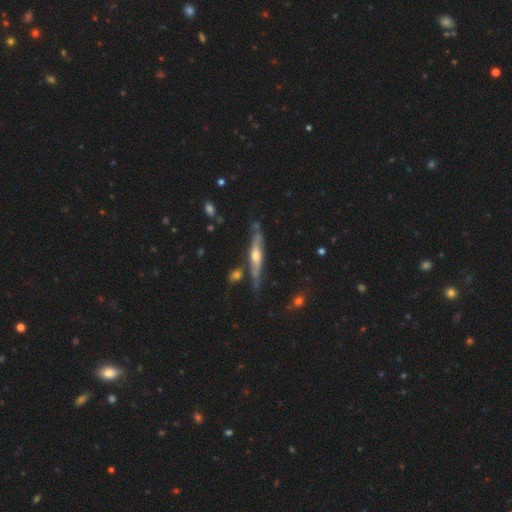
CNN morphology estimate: Smooth or featured?
  - featured or disk: 72% *
  - smooth: 22%
  - star or artifact: 6%
Edge-on disk?
  - yes: 88% *
  - no: 12%
Edge-on bulge?
  - rounded: 84% *
  - none: 10%
  - boxy: 6%
Merging?
  - none: 70% *
  - minor disturbance: 18%
  - merger: 7%
  - major disturbance: 5%